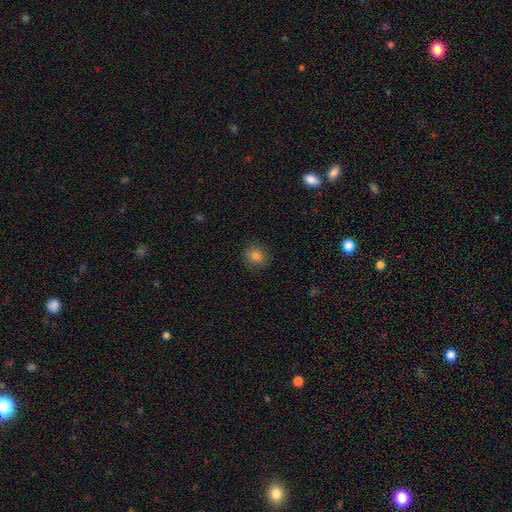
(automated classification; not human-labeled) Smooth or featured: smooth — 80% (star or artifact — 12%)
How rounded: round — 85% (in between — 15%)
Merging: none — 87% (minor disturbance — 9%)